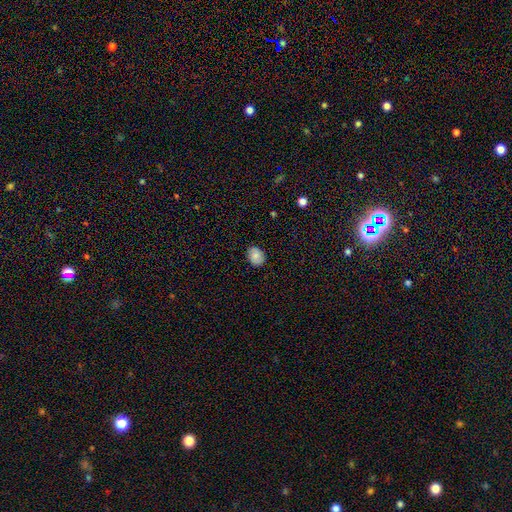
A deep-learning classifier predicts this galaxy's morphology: This is clearly a smooth galaxy (81%). How rounded: possibly in between (58%). Merging: clearly none (84%).